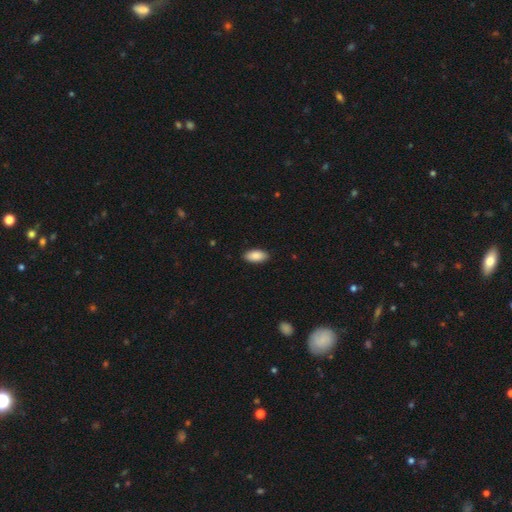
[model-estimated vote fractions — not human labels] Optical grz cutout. It shows a smooth galaxy with no disk features (89%) that is in between round and cigar-shaped (92%). Merging: none (89%).